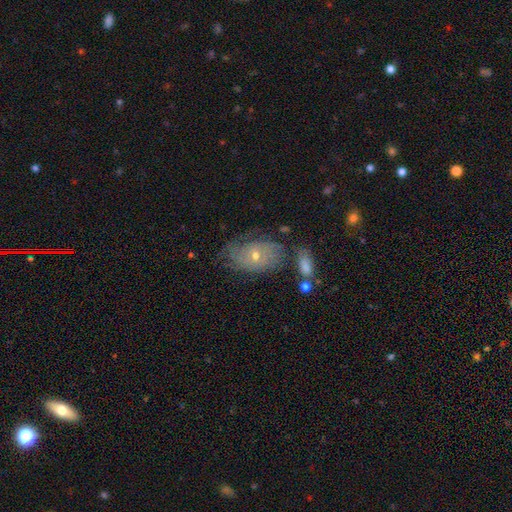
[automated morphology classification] Smooth or featured?
  - featured or disk: 62% *
  - smooth: 28%
  - star or artifact: 9%
Edge-on disk?
  - no: 94% *
  - yes: 6%
Bar?
  - no: 80% *
  - weak: 17%
  - strong: 3%
Spiral arms?
  - yes: 75% *
  - no: 25%
Bulge size?
  - small: 62% *
  - moderate: 34%
  - large: 1%
  - none: 1%
  - dominant: 1%
Merging?
  - none: 55% *
  - minor disturbance: 25%
  - major disturbance: 14%
  - merger: 6%